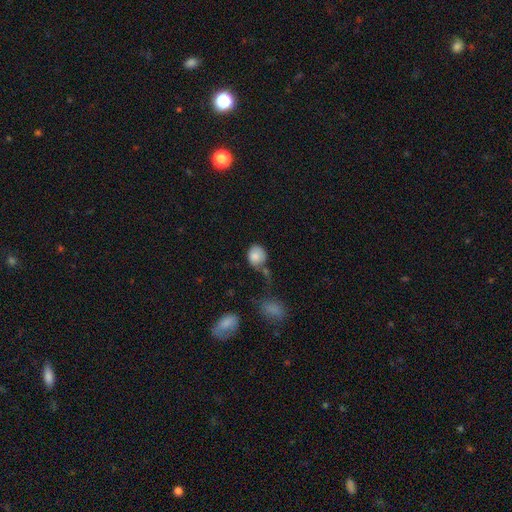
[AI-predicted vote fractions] Overall: smooth (84%). How rounded: round (70%). Merging: none (52%; minor disturbance 23%).